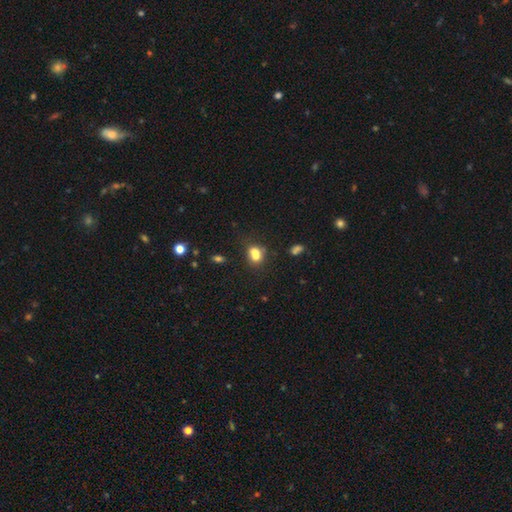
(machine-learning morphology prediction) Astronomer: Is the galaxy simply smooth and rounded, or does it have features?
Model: smooth — 72%.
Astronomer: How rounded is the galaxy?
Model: in between — 53% (runner-up: round, 45%).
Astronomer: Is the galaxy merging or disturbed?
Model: merger — 42% (runner-up: none, 39%).